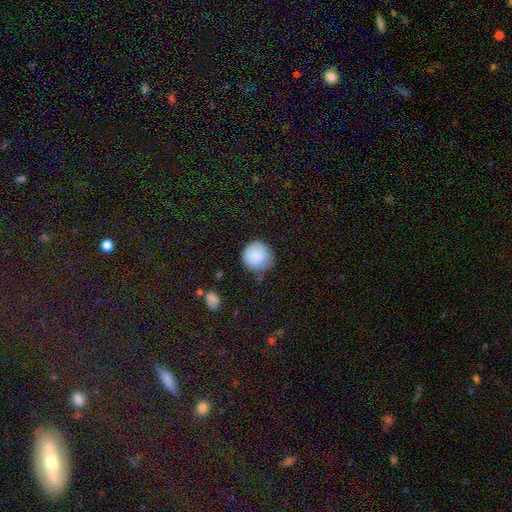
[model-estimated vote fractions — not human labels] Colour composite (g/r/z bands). It shows a smooth galaxy with no disk features (85%) that is round (93%). Merging: none (72%).